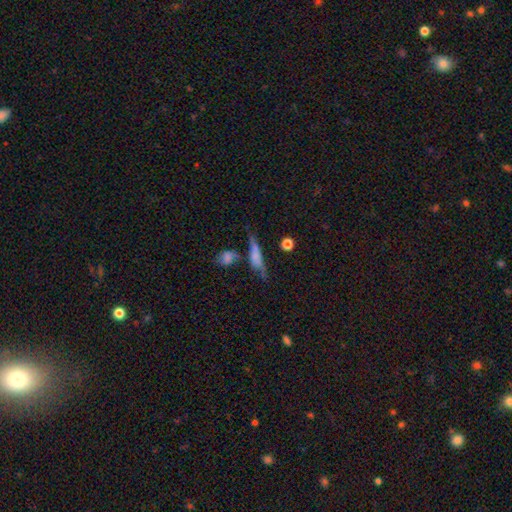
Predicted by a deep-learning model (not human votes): This is possibly a smooth galaxy (57%). How rounded: likely cigar-shaped (67%). Merging: possibly none (49%).